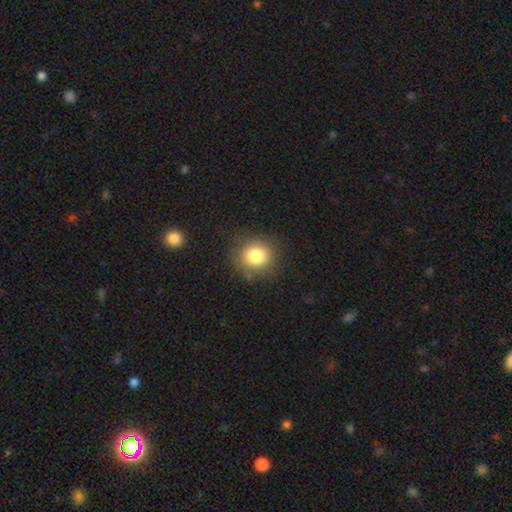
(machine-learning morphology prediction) Smooth or featured?
  - smooth: 82% *
  - star or artifact: 11%
  - featured or disk: 7%
How rounded?
  - round: 86% *
  - in between: 13%
  - cigar-shaped: 1%
Merging?
  - none: 84% *
  - minor disturbance: 11%
  - major disturbance: 4%
  - merger: 1%